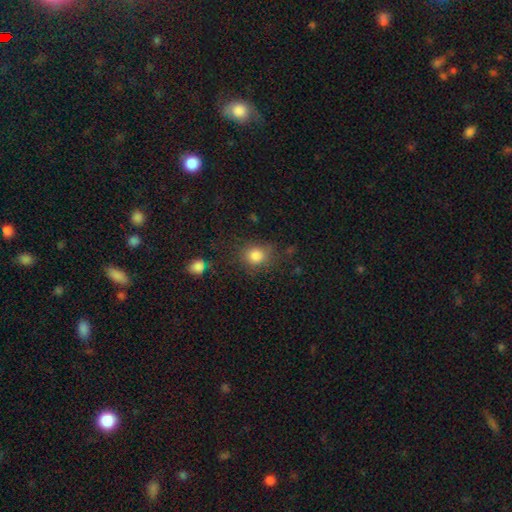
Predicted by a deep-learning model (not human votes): Smooth or featured: smooth — 83% (star or artifact — 11%)
How rounded: round — 76% (in between — 23%)
Merging: none — 73% (minor disturbance — 16%)